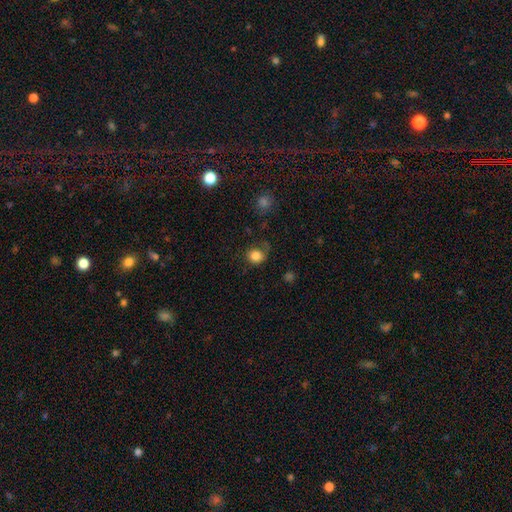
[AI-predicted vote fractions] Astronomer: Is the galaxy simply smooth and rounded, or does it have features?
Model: smooth — 82%.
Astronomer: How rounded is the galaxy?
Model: round — 77%.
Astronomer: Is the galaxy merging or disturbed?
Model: none — 58%.